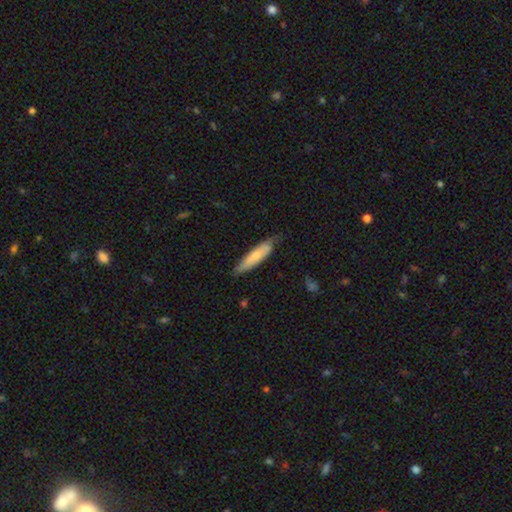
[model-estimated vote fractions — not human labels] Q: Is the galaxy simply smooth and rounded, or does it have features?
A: smooth — 70%.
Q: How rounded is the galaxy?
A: cigar-shaped — 79%.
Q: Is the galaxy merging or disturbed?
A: none — 72%.